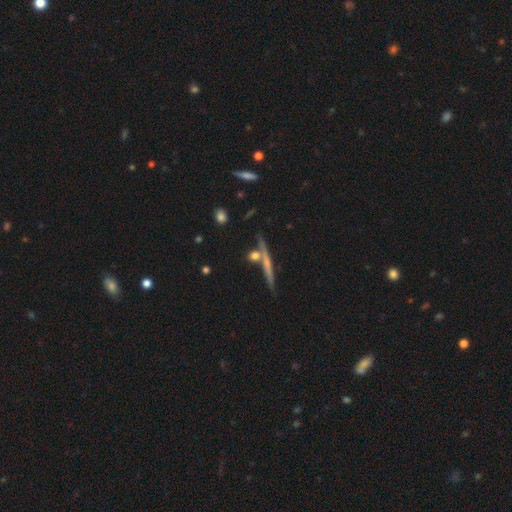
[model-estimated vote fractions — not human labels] Smooth or featured? smooth (52%)
How rounded? cigar-shaped (50%)
Merging? none (65%)